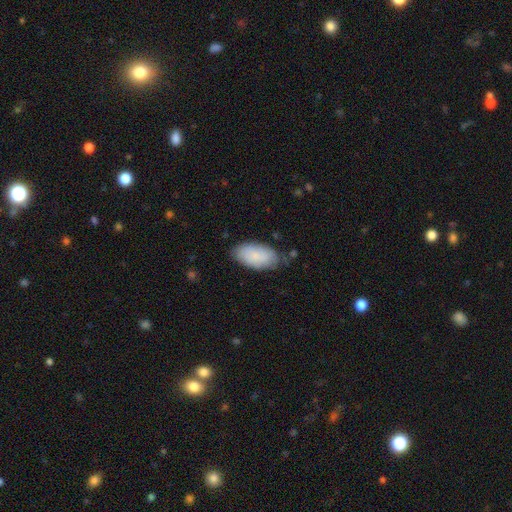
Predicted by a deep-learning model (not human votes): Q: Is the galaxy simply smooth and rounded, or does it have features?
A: smooth — 84%.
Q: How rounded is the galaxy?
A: in between — 95%.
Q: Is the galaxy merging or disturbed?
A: none — 75%.